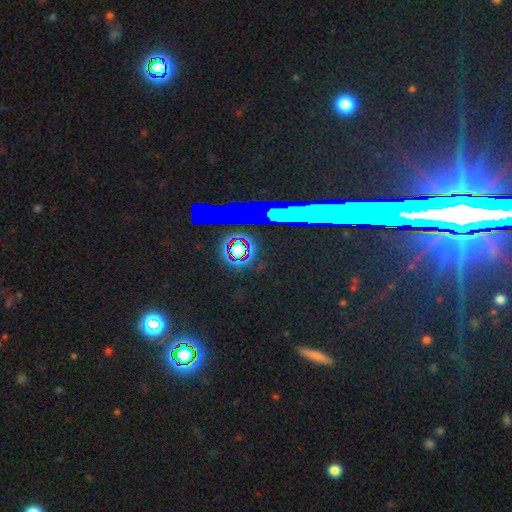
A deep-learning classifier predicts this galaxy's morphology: smooth-or-featured: star or artifact: 73% | featured or disk: 16% | smooth: 11%